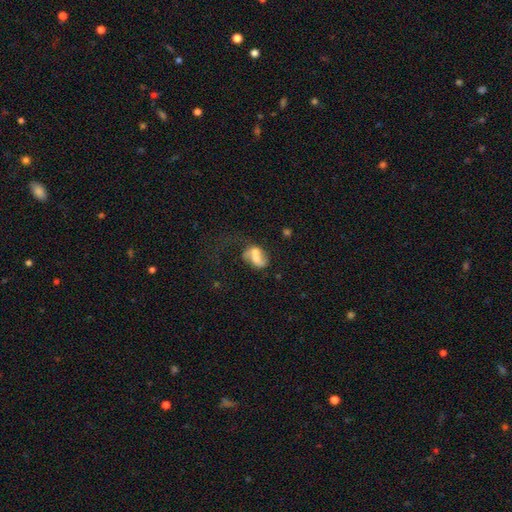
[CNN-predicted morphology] This appears to be a smooth galaxy with no disk features (49%). Merging: merger (50%).